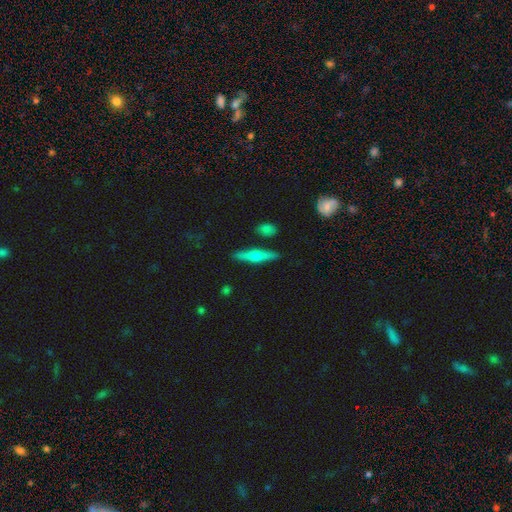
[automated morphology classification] smooth_or_featured: featured or disk (p=0.57) [alt: smooth p=0.37]
disk_edge_on: yes (p=0.95) [alt: no p=0.05]
edge_on_bulge: rounded (p=0.90) [alt: boxy p=0.05]
merging: none (p=0.88) [alt: minor disturbance p=0.08]